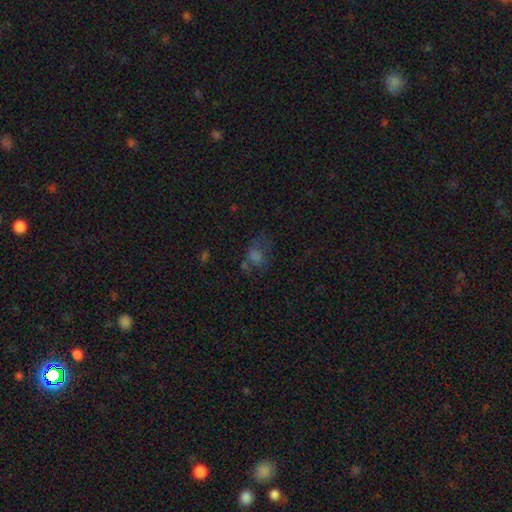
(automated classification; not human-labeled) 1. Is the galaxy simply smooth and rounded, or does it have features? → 51% smooth, 28% star or artifact, 22% featured or disk.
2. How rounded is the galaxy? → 65% in between, 33% round, 3% cigar-shaped.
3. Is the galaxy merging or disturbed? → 41% none, 27% major disturbance, 21% minor disturbance, 11% merger.